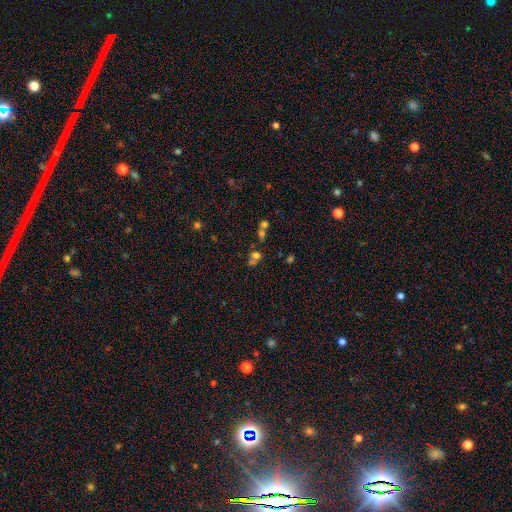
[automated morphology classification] Smooth or featured?
  - smooth: 59% *
  - star or artifact: 26%
  - featured or disk: 15%
How rounded?
  - round: 64% *
  - in between: 34%
  - cigar-shaped: 2%
Merging?
  - merger: 42% * (tied)
  - none: 42% * (tied)
  - minor disturbance: 10%
  - major disturbance: 7%